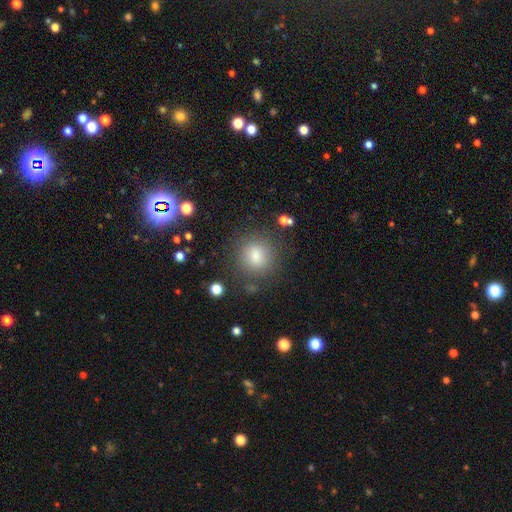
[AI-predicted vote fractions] smooth-or-featured: smooth: 81% | star or artifact: 10% | featured or disk: 8%
  how-rounded: round: 90% | in between: 9% | cigar-shaped: 1%
  merging: none: 82% | minor disturbance: 10% | major disturbance: 5% | merger: 3%